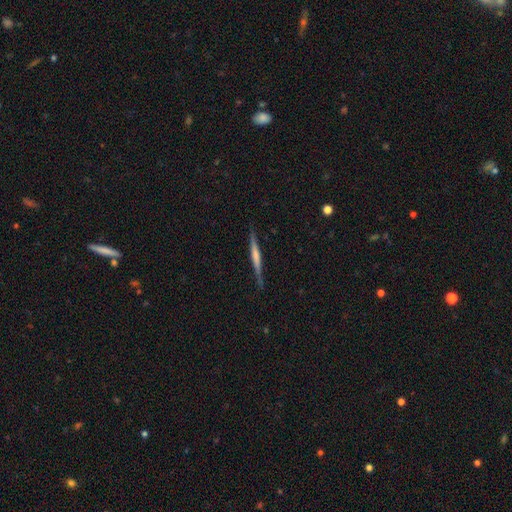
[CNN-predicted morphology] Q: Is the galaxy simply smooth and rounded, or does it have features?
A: featured or disk — 58%.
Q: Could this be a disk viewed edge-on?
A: yes — 98%.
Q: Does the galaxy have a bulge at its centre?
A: none — 43%.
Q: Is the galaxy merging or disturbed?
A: none — 86%.